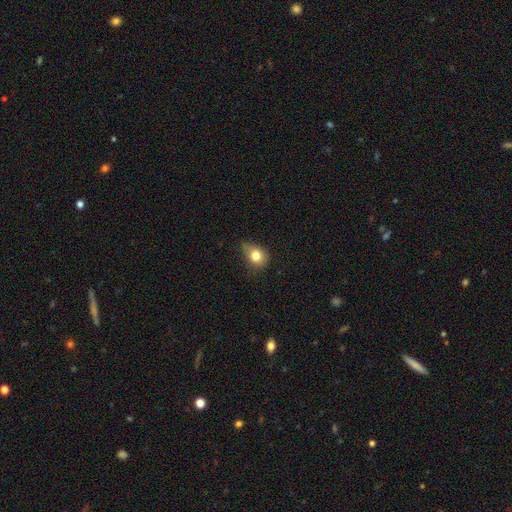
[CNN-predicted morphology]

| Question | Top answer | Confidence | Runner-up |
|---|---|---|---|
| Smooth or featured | smooth | 79% | featured or disk (11%) |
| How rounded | in between | 53% | round (46%) |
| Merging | none | 47% | minor disturbance (40%) |